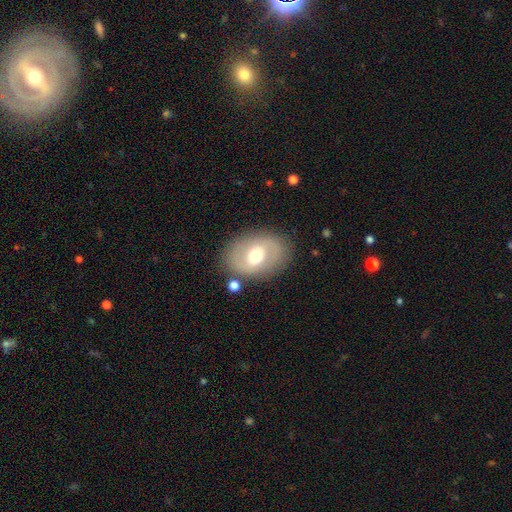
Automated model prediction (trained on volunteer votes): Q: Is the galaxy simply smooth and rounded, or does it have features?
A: featured or disk — 48%.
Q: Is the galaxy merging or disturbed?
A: none — 79%.